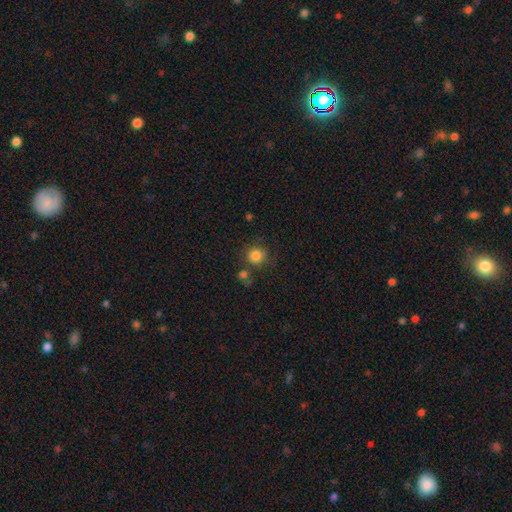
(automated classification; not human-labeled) smooth-or-featured: smooth: 84% | star or artifact: 11% | featured or disk: 5%
  how-rounded: round: 92% | in between: 7% | cigar-shaped: 1%
  merging: none: 75% | minor disturbance: 11% | merger: 10% | major disturbance: 4%